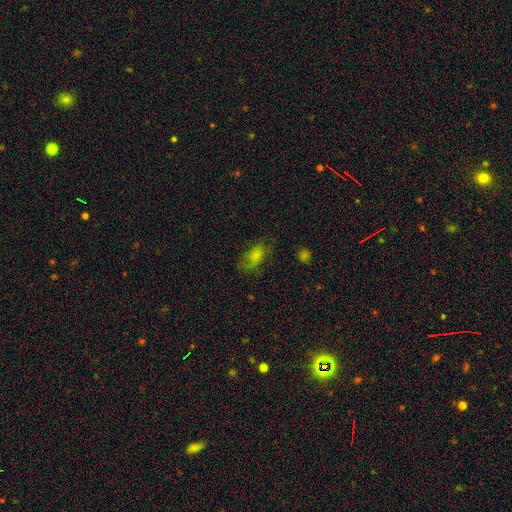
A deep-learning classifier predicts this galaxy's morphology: type=smooth (75%); roundness=in between (89%); merging=none (58%).